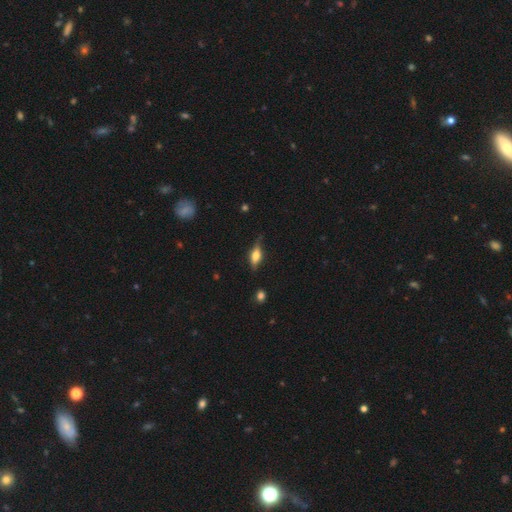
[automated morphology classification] This is possibly a featured or disk galaxy (52%). It is clearly viewed edge-on (92%). Merging: likely none (75%).